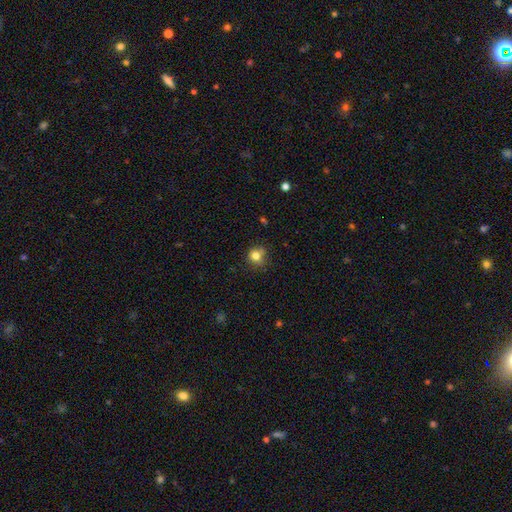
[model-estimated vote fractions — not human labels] Smooth or featured? Predicted: smooth (p=0.80). How rounded? Predicted: round (p=0.87). Merging? Predicted: none (p=0.71).